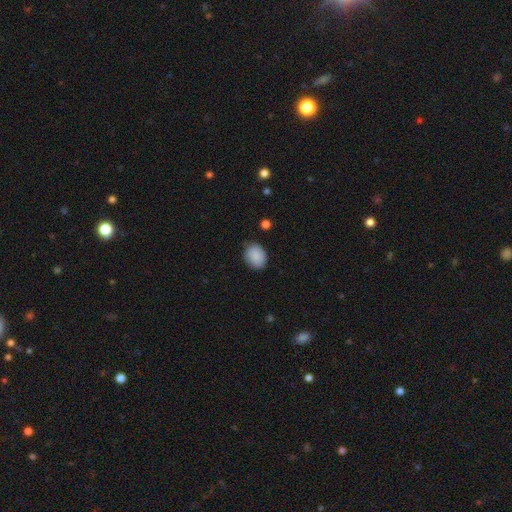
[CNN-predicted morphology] Q: Smooth or featured?
A: smooth (88%); runner-up: star or artifact (7%)
Q: How rounded?
A: in between (58%); runner-up: round (41%)
Q: Merging?
A: none (79%); runner-up: minor disturbance (17%)